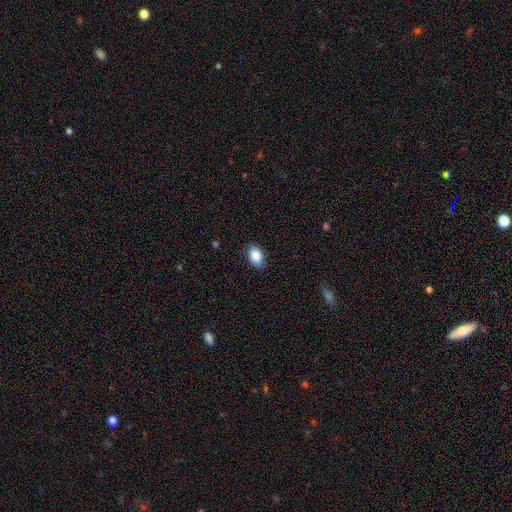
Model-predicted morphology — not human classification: Overall: smooth (88%). How rounded: in between (90%). Merging: none (85%).